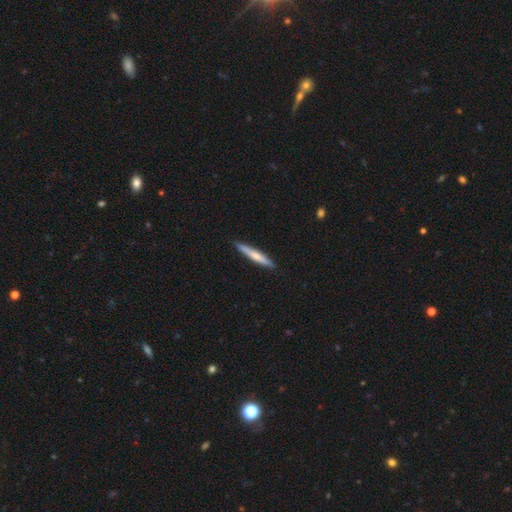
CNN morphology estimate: Smooth or featured? smooth (57%)
How rounded? cigar-shaped (94%)
Merging? none (90%)